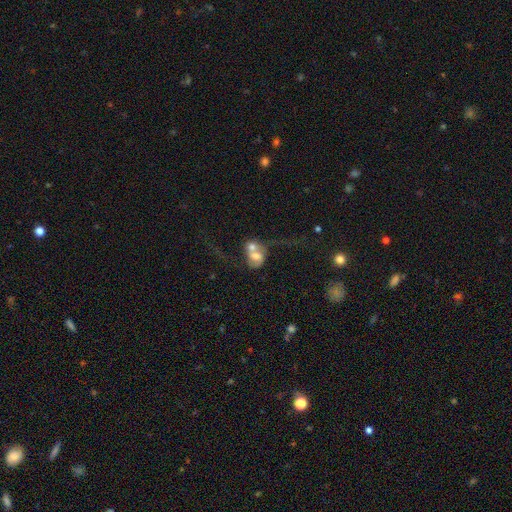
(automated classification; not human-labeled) A featured or disk galaxy (56%) with no bar (64%), spiral arms (70%) and a moderate central bulge (49%). Merging: merger (70%).